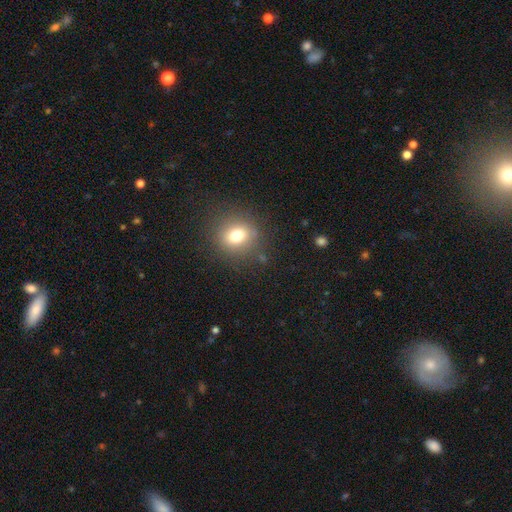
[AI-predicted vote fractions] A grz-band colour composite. It shows a smooth galaxy with no disk features (68%) that is round (72%). Merging: none (88%).